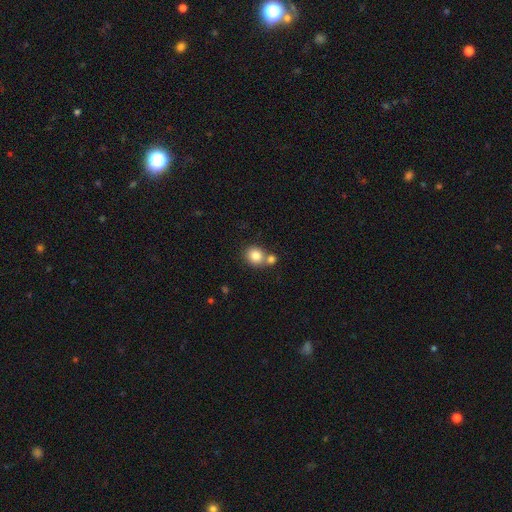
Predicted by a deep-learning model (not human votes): A smooth galaxy with no disk features (82%) that is round (79%).

Vote fractions:
- Smooth or featured? smooth: 82% / star or artifact: 10% / featured or disk: 8%
- How rounded? round: 79% / in between: 20% / cigar-shaped: 1%
- Merging? none: 53% / merger: 36% / minor disturbance: 8% / major disturbance: 3%